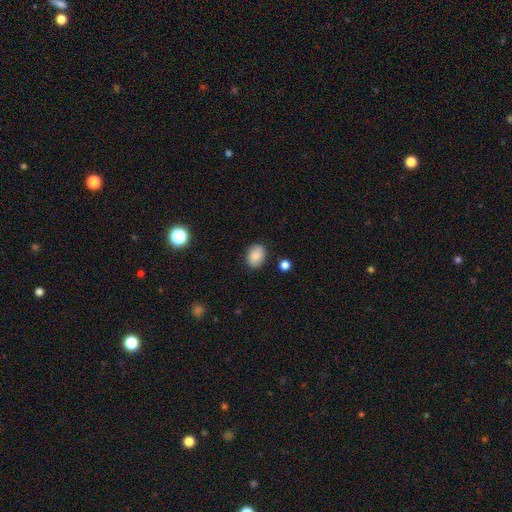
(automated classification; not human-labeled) Overall: smooth (84%). How rounded: in between (61%; round 38%). Merging: none (84%).